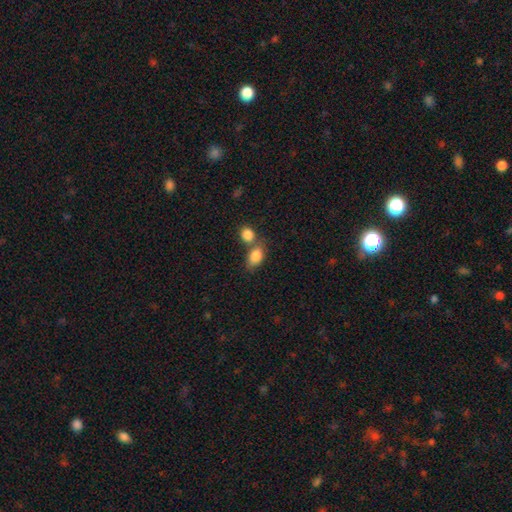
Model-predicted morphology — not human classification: Smooth or featured? Predicted: smooth (p=0.84). How rounded? Predicted: in between (p=0.80). Merging? Predicted: merger (p=0.44).